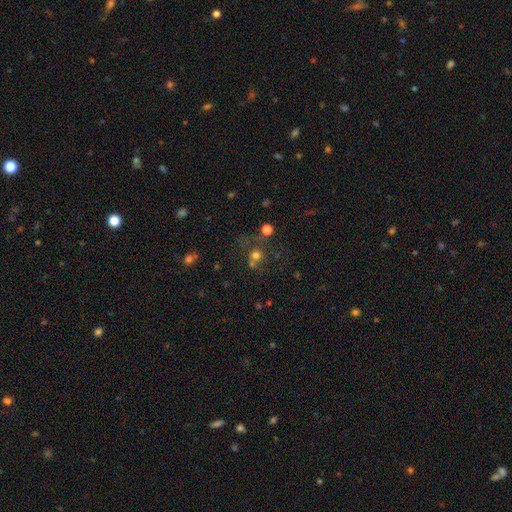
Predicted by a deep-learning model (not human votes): The model was most divided on "merging": none: 51%, merger: 30%, minor disturbance: 10%, major disturbance: 9%. More confident: how rounded — round (87%); smooth or featured — smooth (62%).